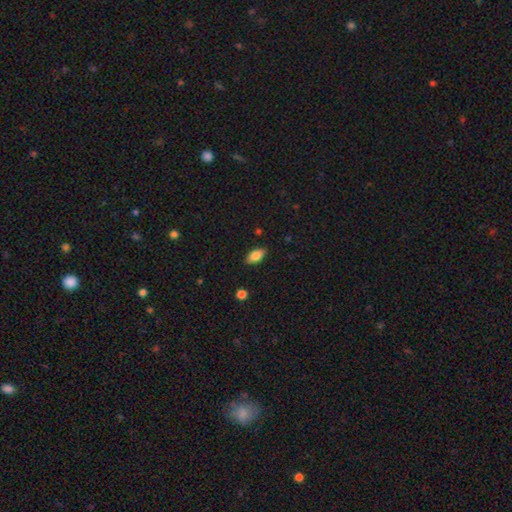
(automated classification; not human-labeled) Morphology: type=smooth (80%); roundness=in between (91%); merging=none (87%).